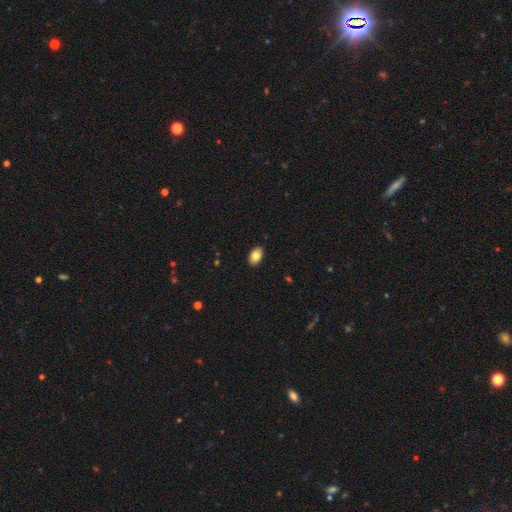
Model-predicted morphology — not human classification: Smooth or featured? Predicted: smooth (p=0.82). How rounded? Predicted: in between (p=0.89). Merging? Predicted: none (p=0.90).